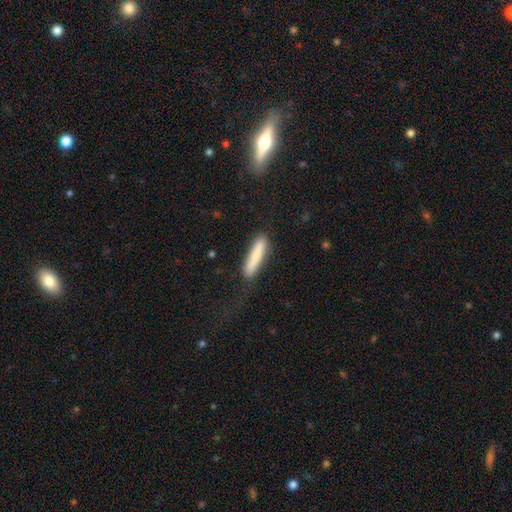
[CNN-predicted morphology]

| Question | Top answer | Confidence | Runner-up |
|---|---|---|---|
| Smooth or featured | smooth | 78% | featured or disk (16%) |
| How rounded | cigar-shaped | 89% | in between (10%) |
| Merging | none | 79% | minor disturbance (15%) |